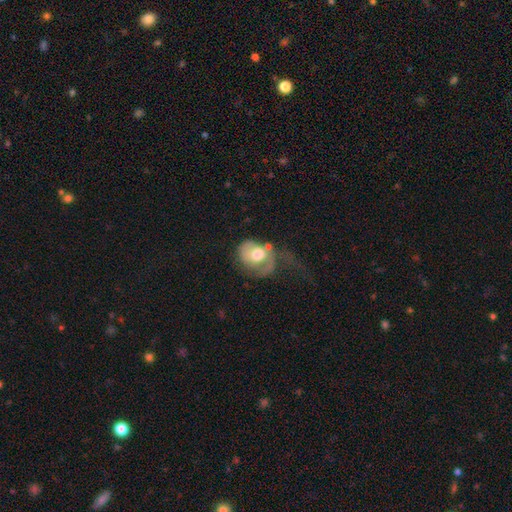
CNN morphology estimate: smooth_or_featured: smooth (p=0.47) [alt: featured or disk p=0.46]
merging: major disturbance (p=0.48) [alt: none p=0.23]